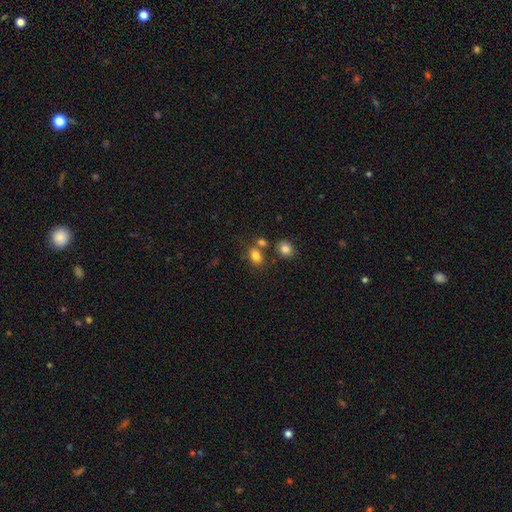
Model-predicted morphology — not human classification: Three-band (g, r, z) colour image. It shows a smooth galaxy with no disk features (81%) that is in between round and cigar-shaped (66%). Merging: none (62%).